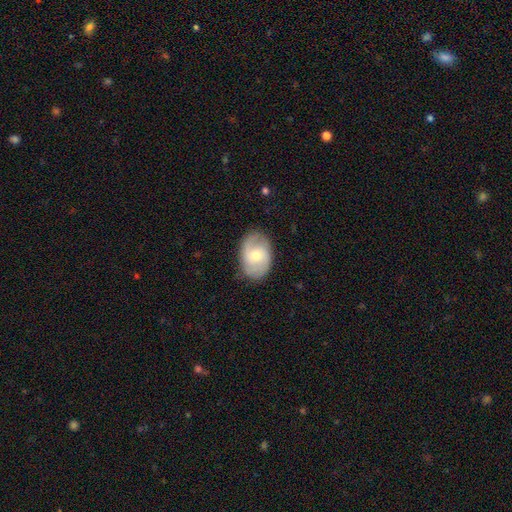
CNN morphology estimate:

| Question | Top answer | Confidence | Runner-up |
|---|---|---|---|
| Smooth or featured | featured or disk | 57% | smooth (37%) |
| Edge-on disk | no | 96% | yes (4%) |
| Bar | no | 59% | weak (35%) |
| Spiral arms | yes | 85% | no (15%) |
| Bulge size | moderate | 51% | small (43%) |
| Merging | none | 79% | minor disturbance (15%) |